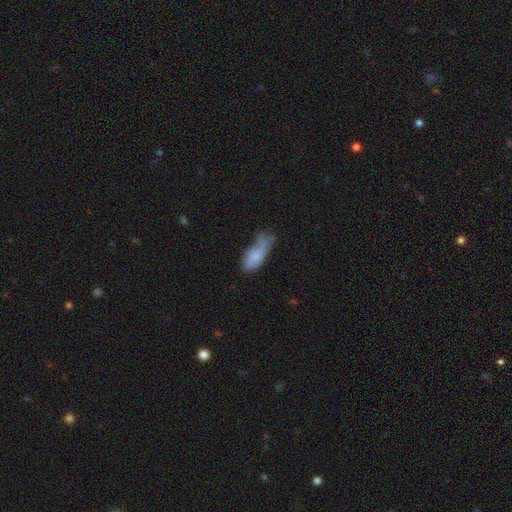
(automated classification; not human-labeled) The model was most divided on "merging": minor disturbance: 36%, none: 28%, major disturbance: 27%, merger: 8%. More confident: how rounded — in between (78%); smooth or featured — smooth (76%).